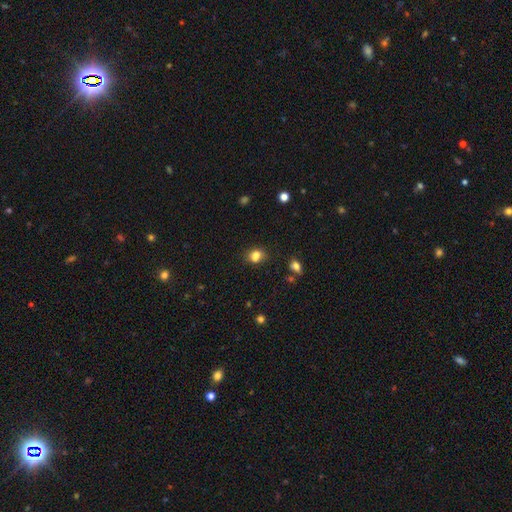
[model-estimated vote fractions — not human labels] Smooth or featured: smooth — 79% (star or artifact — 13%)
How rounded: round — 53% (in between — 46%)
Merging: none — 58% (merger — 20%)